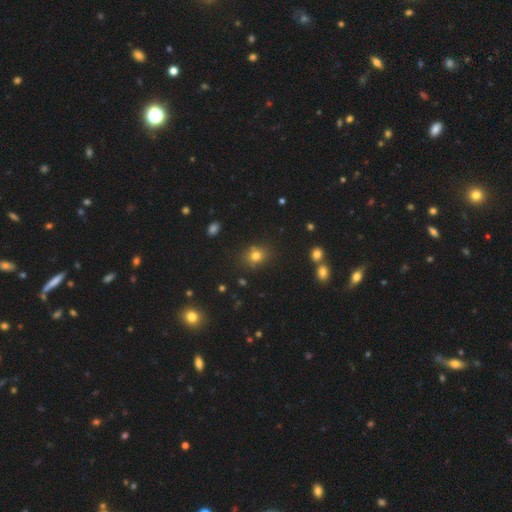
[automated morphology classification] type=smooth (75%); roundness=round (69%); merging=none (78%).